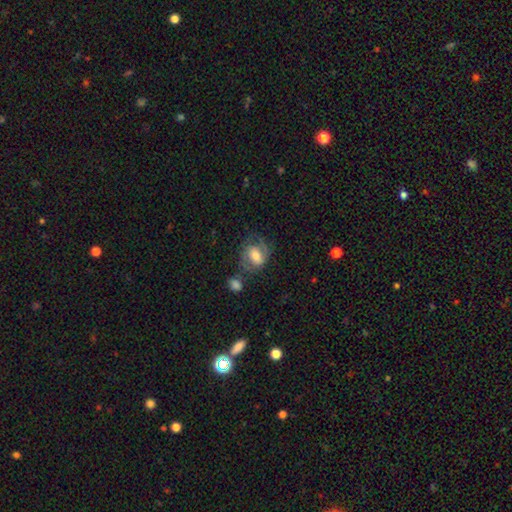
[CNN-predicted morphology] Q: Smooth or featured?
A: featured or disk (55%); runner-up: smooth (38%)
Q: Edge-on disk?
A: no (96%); runner-up: yes (4%)
Q: Bar?
A: weak (45%); runner-up: no (28%)
Q: Spiral arms?
A: yes (78%); runner-up: no (22%)
Q: Bulge size?
A: moderate (60%); runner-up: large (19%)
Q: Merging?
A: none (51%); runner-up: minor disturbance (22%)